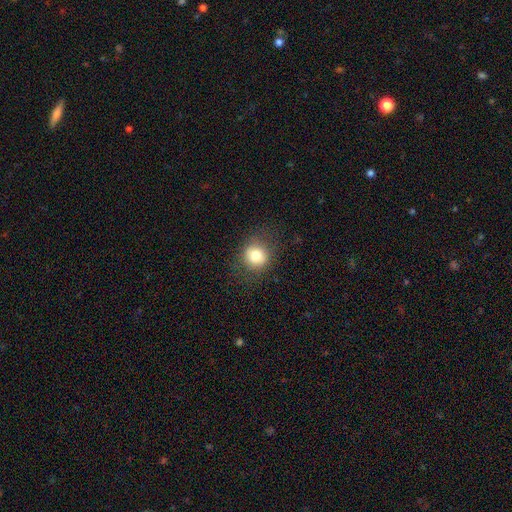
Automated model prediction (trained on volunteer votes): Smooth or featured?
  - smooth: 78% *
  - star or artifact: 12%
  - featured or disk: 10%
How rounded?
  - round: 85% *
  - in between: 14%
  - cigar-shaped: 1%
Merging?
  - none: 83% *
  - minor disturbance: 12%
  - major disturbance: 5%
  - merger: 1%